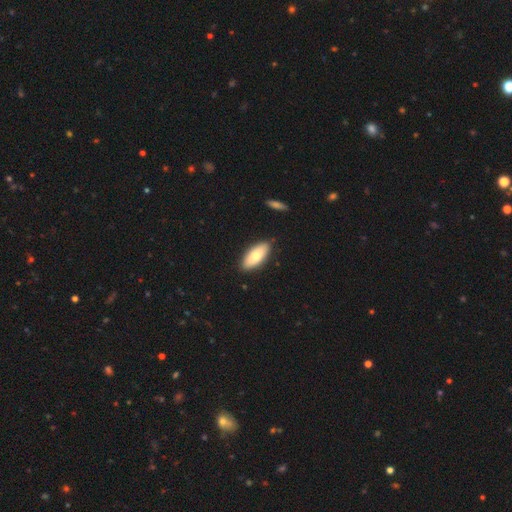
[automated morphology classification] Overall: smooth (74%). How rounded: in between (84%). Merging: none (87%).